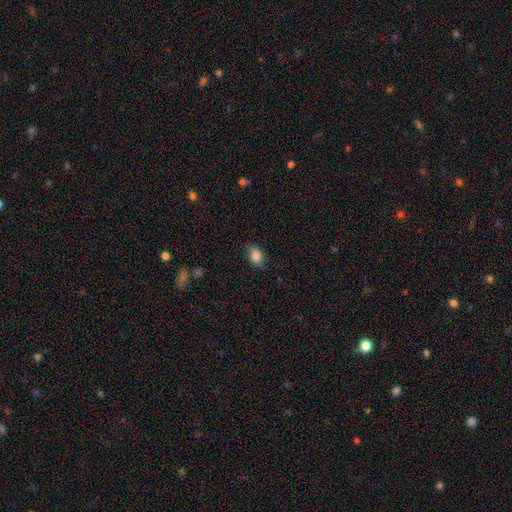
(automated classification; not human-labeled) Overall: smooth (85%). How rounded: in between (78%). Merging: none (75%).